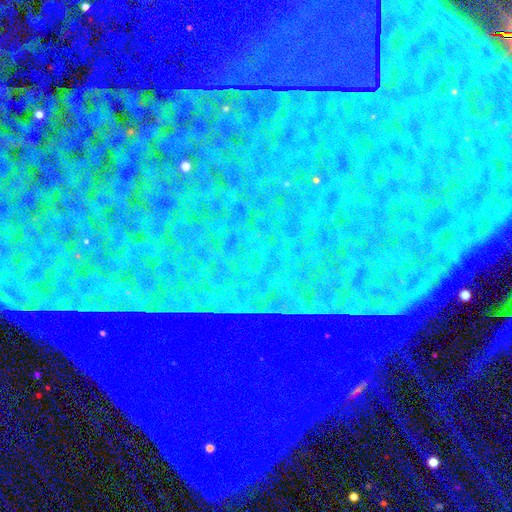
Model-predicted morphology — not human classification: A star or artifact, not a galaxy (86%).